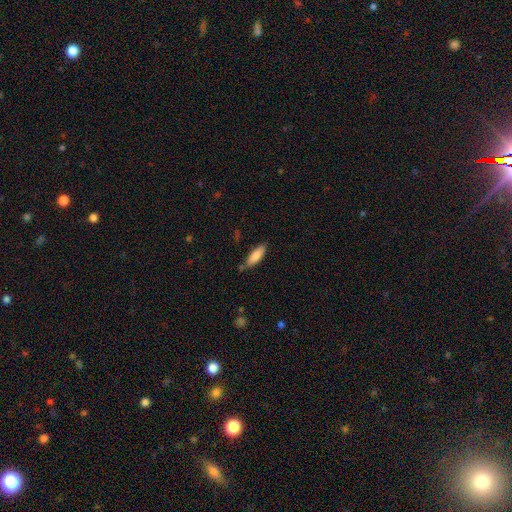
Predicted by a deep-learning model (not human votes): Smooth or featured?
  - smooth: 82% *
  - featured or disk: 12%
  - star or artifact: 6%
How rounded?
  - in between: 51% *
  - cigar-shaped: 48%
  - round: 2%
Merging?
  - none: 75% *
  - minor disturbance: 17%
  - merger: 4%
  - major disturbance: 3%